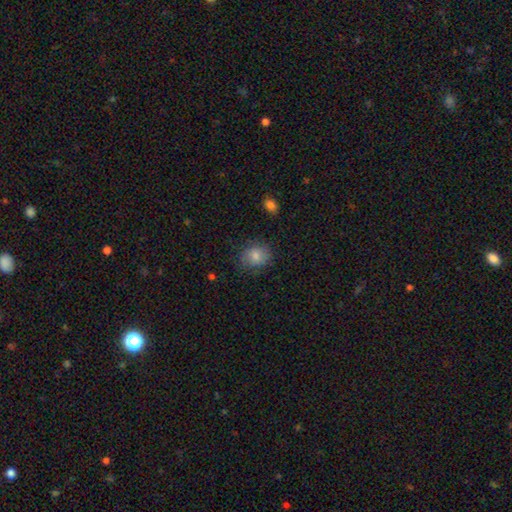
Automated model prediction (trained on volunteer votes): The model was most divided on "how rounded": round: 56%, in between: 43%, cigar-shaped: 1%. More confident: smooth or featured — smooth (82%); merging — none (77%).